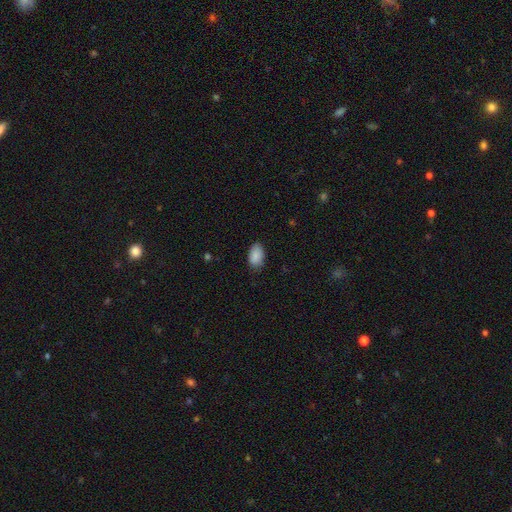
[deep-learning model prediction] Smooth or featured? Predicted: smooth (p=0.89). How rounded? Predicted: in between (p=0.93). Merging? Predicted: none (p=0.81).